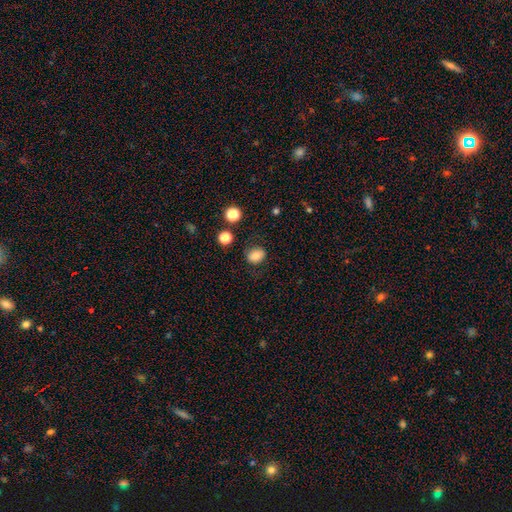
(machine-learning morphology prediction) This is likely a smooth galaxy (80%). How rounded: possibly round (55%). Merging: likely none (78%).